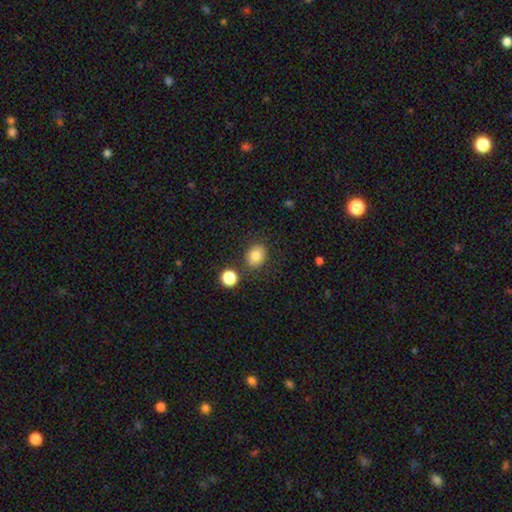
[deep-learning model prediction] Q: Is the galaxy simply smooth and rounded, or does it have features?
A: smooth — 82%.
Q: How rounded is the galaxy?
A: round — 59%.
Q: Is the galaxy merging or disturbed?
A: none — 80%.